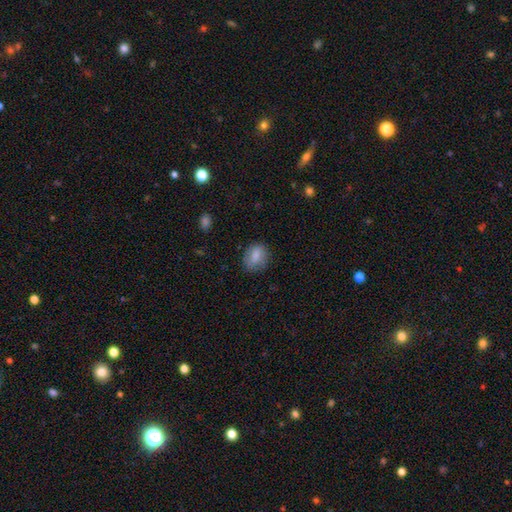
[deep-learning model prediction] The model was most divided on "how rounded": in between: 55%, round: 43%, cigar-shaped: 2%. More confident: smooth or featured — smooth (79%); merging — none (75%).